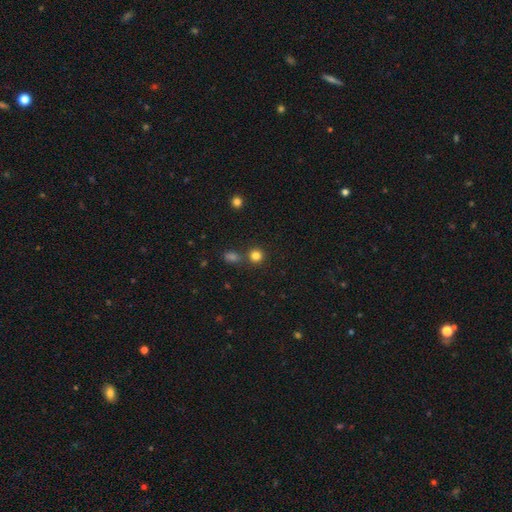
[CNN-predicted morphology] smooth 81%, star or artifact 14%, featured or disk 5%. Down the decision tree: how rounded — round (91%); merging — none (75%).